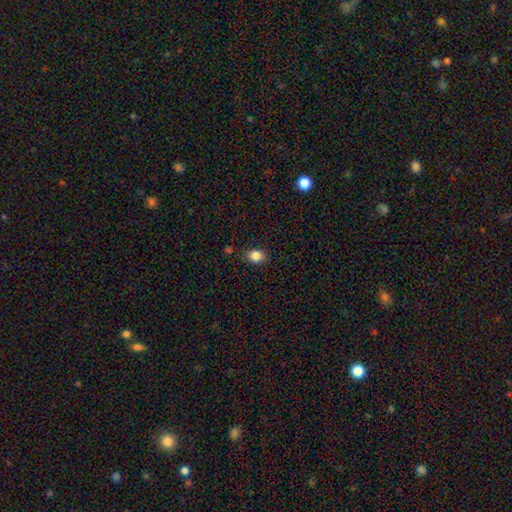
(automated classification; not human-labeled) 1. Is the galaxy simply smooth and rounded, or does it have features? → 85% smooth, 10% star or artifact, 5% featured or disk.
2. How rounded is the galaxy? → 60% in between, 39% round, 1% cigar-shaped.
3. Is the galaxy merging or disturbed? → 83% none, 12% minor disturbance, 3% major disturbance, 2% merger.